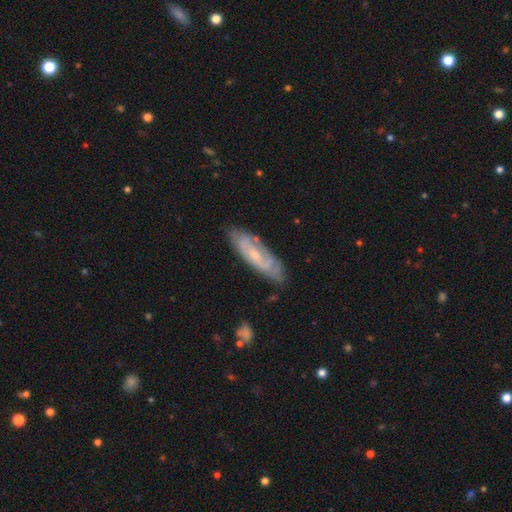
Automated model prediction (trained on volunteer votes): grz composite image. It shows a featured or disk galaxy (68%) with no bar (59%), spiral arms (76%) and a small central bulge (61%). Merging: none (72%).